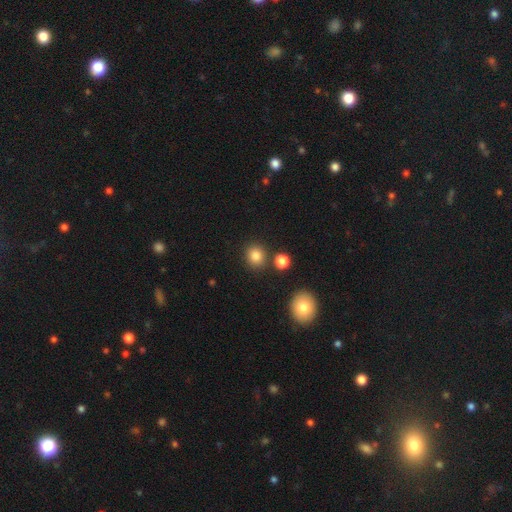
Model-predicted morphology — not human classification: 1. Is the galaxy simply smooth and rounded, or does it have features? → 83% smooth, 12% star or artifact, 5% featured or disk.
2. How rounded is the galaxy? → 82% round, 17% in between, 1% cigar-shaped.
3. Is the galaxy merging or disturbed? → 82% none, 8% minor disturbance, 7% merger, 3% major disturbance.